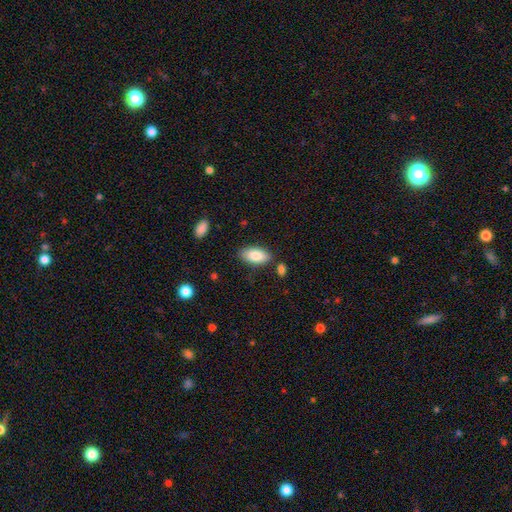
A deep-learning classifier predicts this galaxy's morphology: Smooth or featured: smooth — 84% (featured or disk — 9%)
How rounded: in between — 92% (cigar-shaped — 5%)
Merging: none — 80% (minor disturbance — 13%)